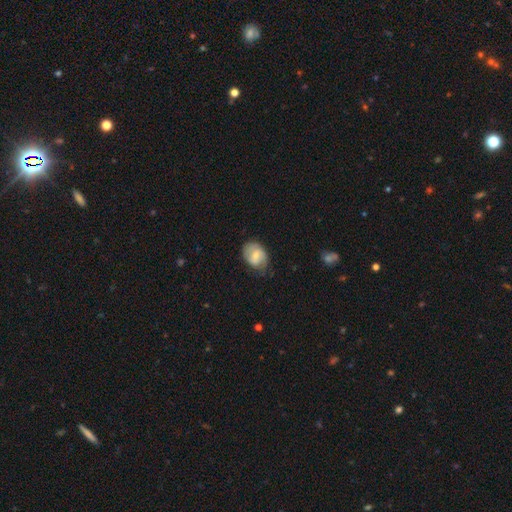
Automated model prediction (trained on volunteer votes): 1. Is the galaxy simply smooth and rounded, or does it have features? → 52% smooth, 42% featured or disk, 7% star or artifact.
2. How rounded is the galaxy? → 67% in between, 32% round, 1% cigar-shaped.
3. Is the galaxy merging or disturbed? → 59% none, 30% minor disturbance, 10% major disturbance, 1% merger.